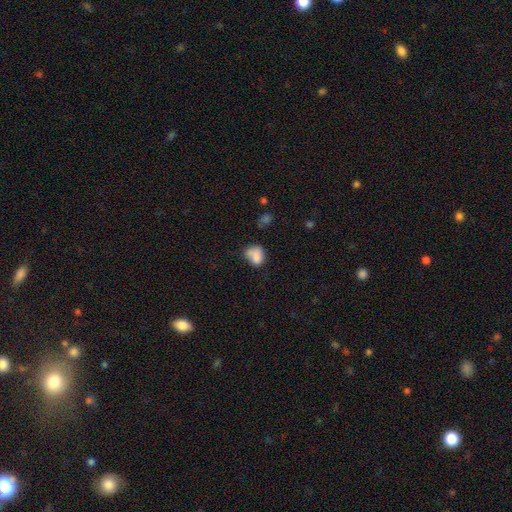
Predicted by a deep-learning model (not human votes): This appears to be a smooth galaxy with no disk features (78%) that is in between round and cigar-shaped (59%). Merging: none (37%).